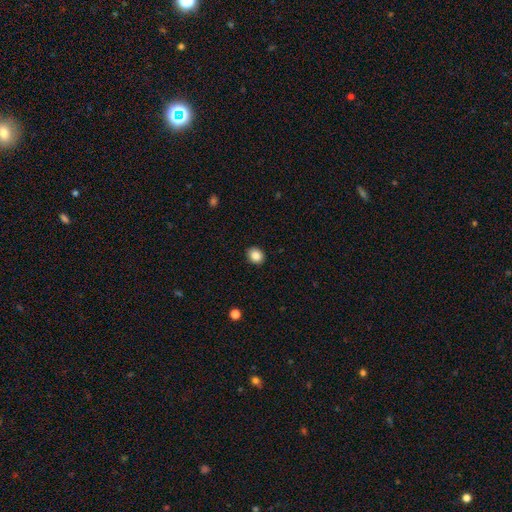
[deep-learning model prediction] Overall: smooth (87%). How rounded: round (65%; in between 34%). Merging: none (90%).